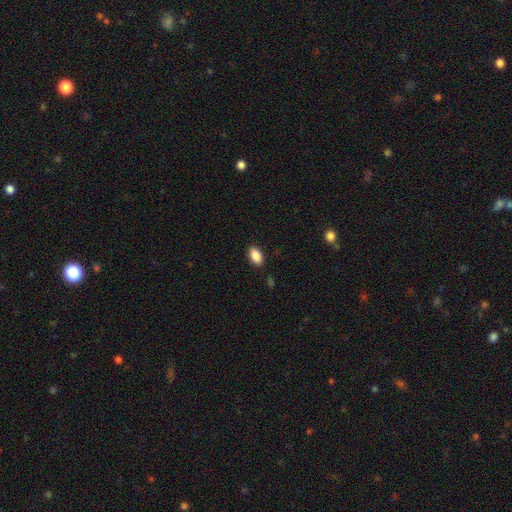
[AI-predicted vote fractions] A smooth galaxy with no disk features (89%) that is in between round and cigar-shaped (93%). Merging: none (88%).